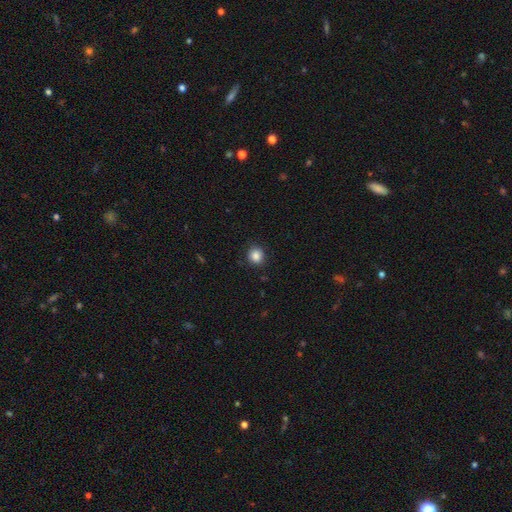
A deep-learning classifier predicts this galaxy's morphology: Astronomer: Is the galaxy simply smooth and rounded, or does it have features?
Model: smooth — 86%.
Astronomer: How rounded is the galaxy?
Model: round — 84%.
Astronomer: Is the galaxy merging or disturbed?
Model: none — 88%.